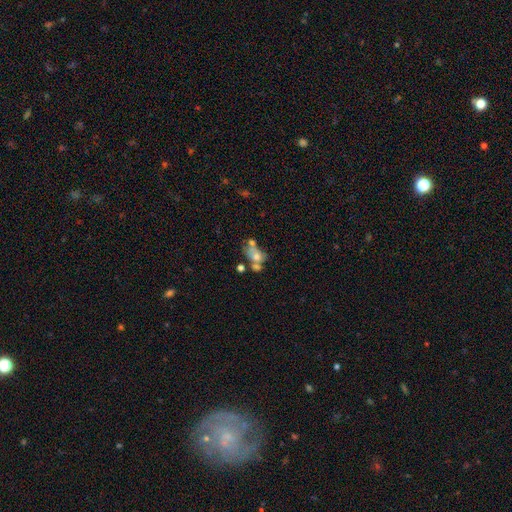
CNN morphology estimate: Overall: smooth (51%; featured or disk 36%). How rounded: in between (71%). Merging: merger (47%; none 23%).